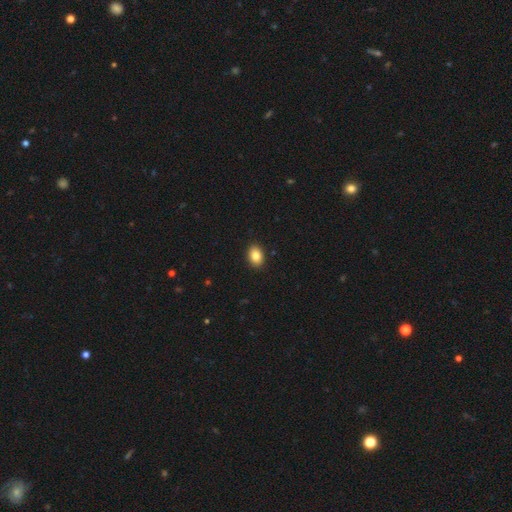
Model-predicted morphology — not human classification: A smooth galaxy with no disk features (86%) that is in between round and cigar-shaped (79%).

Vote fractions:
- Smooth or featured? smooth: 86% / star or artifact: 8% / featured or disk: 6%
- How rounded? in between: 79% / round: 20% / cigar-shaped: 1%
- Merging? none: 91% / minor disturbance: 7% / major disturbance: 2% / merger: 1%